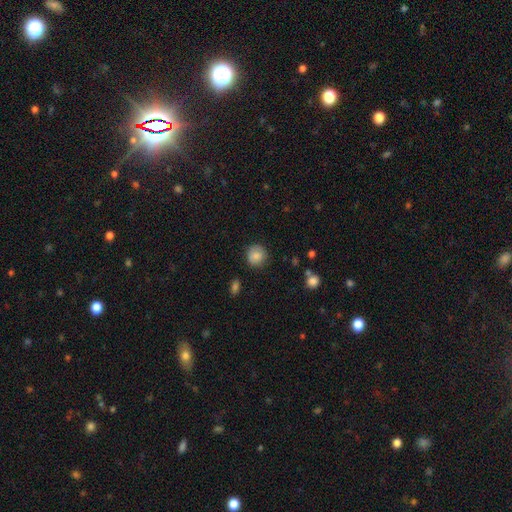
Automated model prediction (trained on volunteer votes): This is clearly a smooth galaxy (85%). How rounded: clearly round (89%). Merging: clearly none (83%).